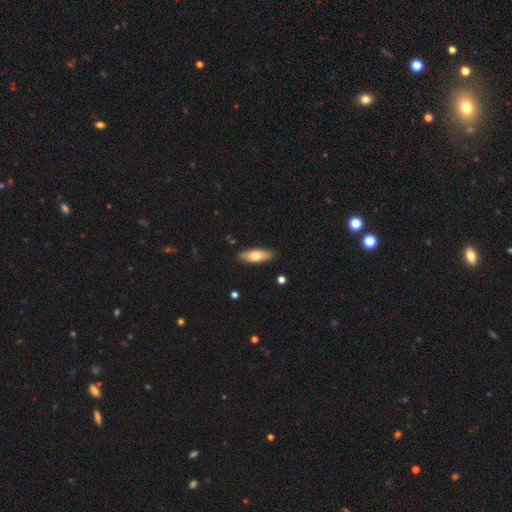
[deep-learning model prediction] A smooth galaxy with no disk features (70%) that is in between round and cigar-shaped (65%). Merging: none (88%).